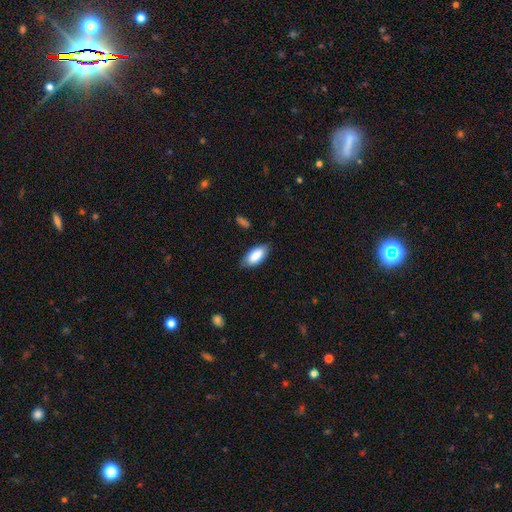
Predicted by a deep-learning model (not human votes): Q: Smooth or featured?
A: smooth (84%); runner-up: featured or disk (10%)
Q: How rounded?
A: in between (89%); runner-up: cigar-shaped (9%)
Q: Merging?
A: none (77%); runner-up: minor disturbance (18%)